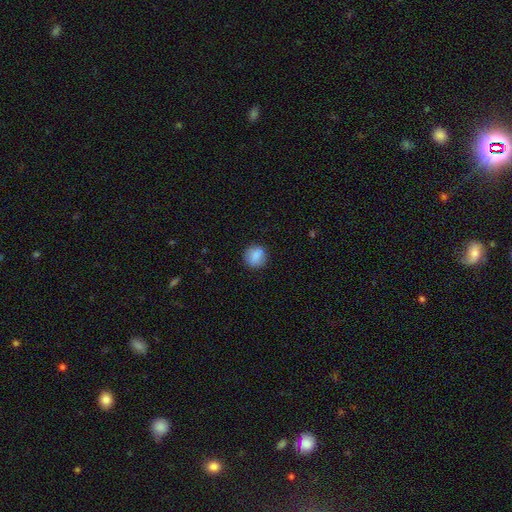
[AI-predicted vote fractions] This appears to be a smooth galaxy with no disk features (84%) that is round (84%). Merging: none (86%).